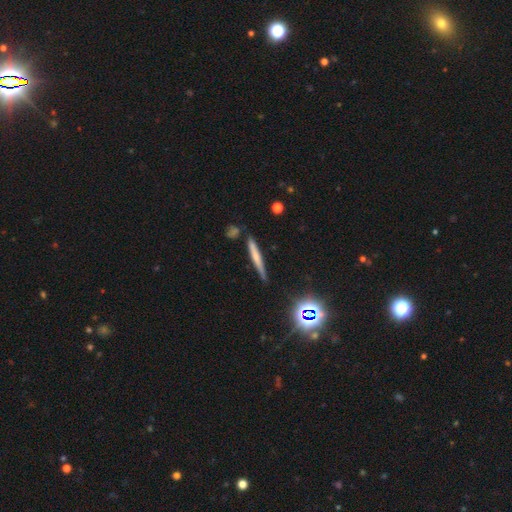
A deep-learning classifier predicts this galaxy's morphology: smooth 56%, featured or disk 34%, star or artifact 10%. Down the decision tree: how rounded — cigar-shaped (94%); merging — none (80%).